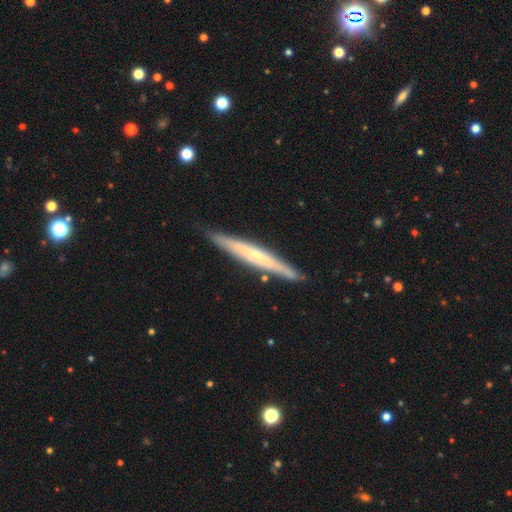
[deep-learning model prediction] smooth-or-featured: featured or disk: 58% | smooth: 37% | star or artifact: 6%
  disk-edge-on: yes: 94% | no: 6%
    edge-on-bulge: none: 54% | rounded: 39% | boxy: 6%
  merging: none: 88% | minor disturbance: 9% | merger: 2% | major disturbance: 1%